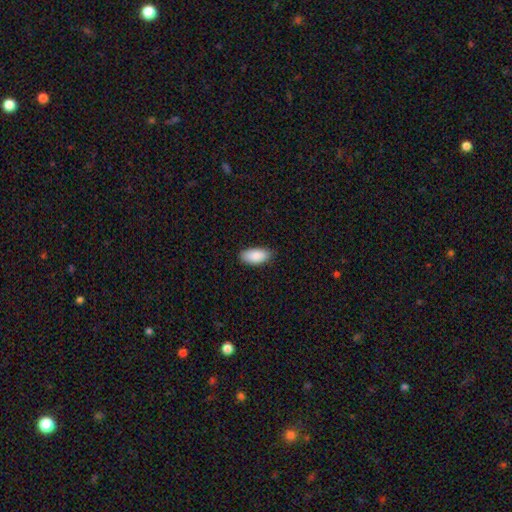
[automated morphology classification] smooth_or_featured: smooth (p=0.89) [alt: star or artifact p=0.06]
how_rounded: in between (p=0.92) [alt: cigar-shaped p=0.06]
merging: none (p=0.84) [alt: minor disturbance p=0.13]